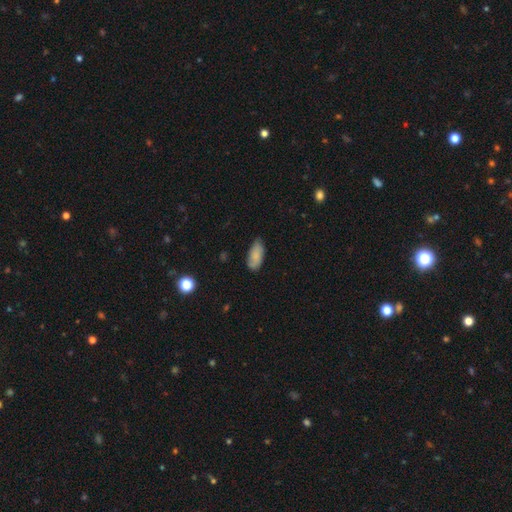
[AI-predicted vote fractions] Overall: smooth (82%). How rounded: in between (88%). Merging: none (71%).